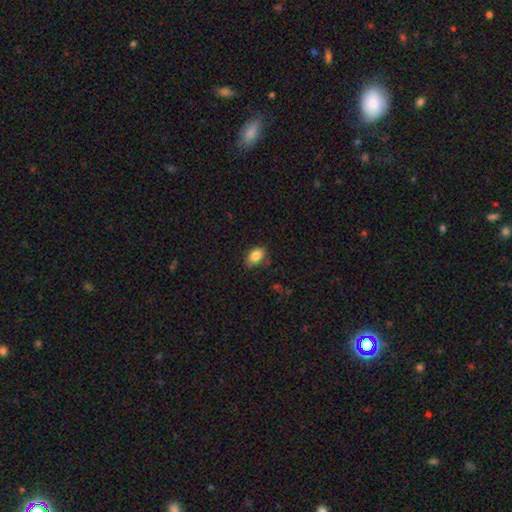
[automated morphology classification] Smooth or featured? smooth (85%)
How rounded? in between (88%)
Merging? none (76%)